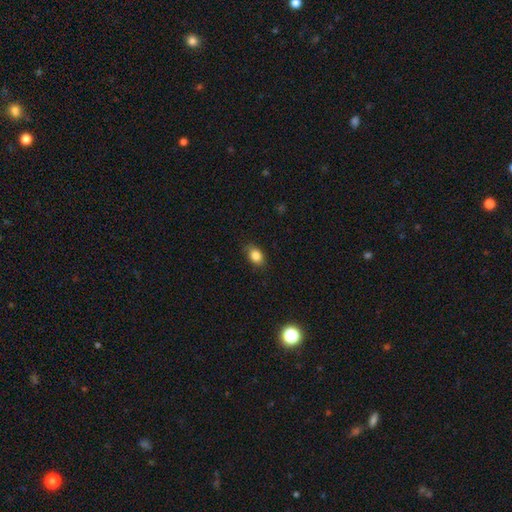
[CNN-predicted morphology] smooth 85%, star or artifact 9%, featured or disk 6%. Down the decision tree: how rounded — in between (77%); merging — none (81%).